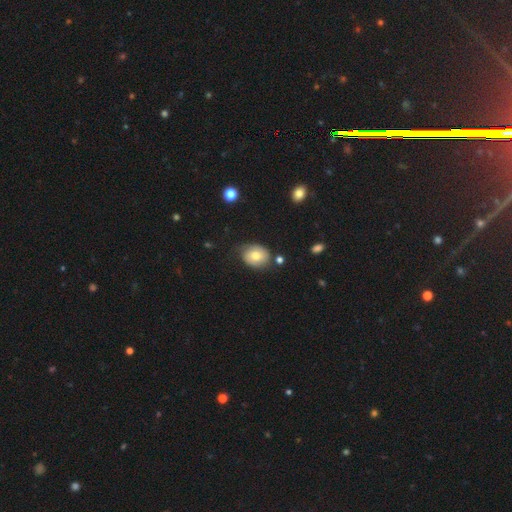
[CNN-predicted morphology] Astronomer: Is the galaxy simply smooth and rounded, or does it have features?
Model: smooth — 67%.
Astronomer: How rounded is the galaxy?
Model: in between — 53% (runner-up: round, 46%).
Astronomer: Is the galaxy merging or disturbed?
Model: none — 67%.